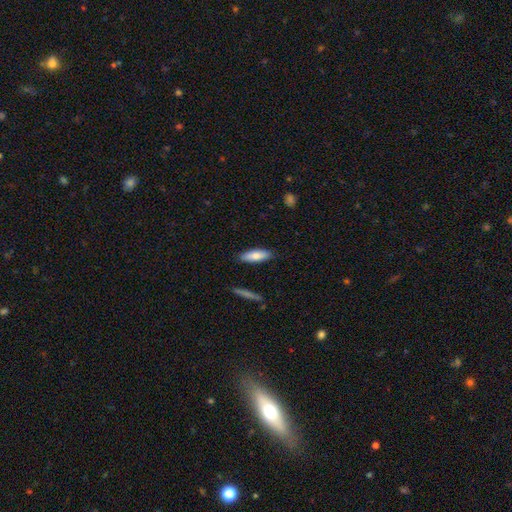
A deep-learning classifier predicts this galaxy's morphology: Smooth or featured: smooth — 77% (featured or disk — 17%)
How rounded: in between — 61% (cigar-shaped — 37%)
Merging: none — 87% (minor disturbance — 10%)